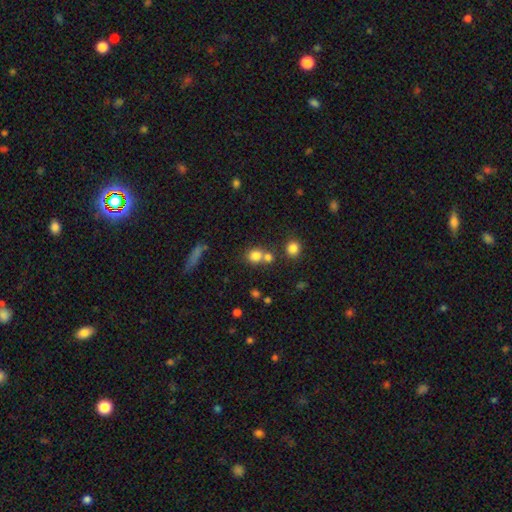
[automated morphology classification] Smooth or featured? smooth (77%)
How rounded? round (80%)
Merging? none (50%)